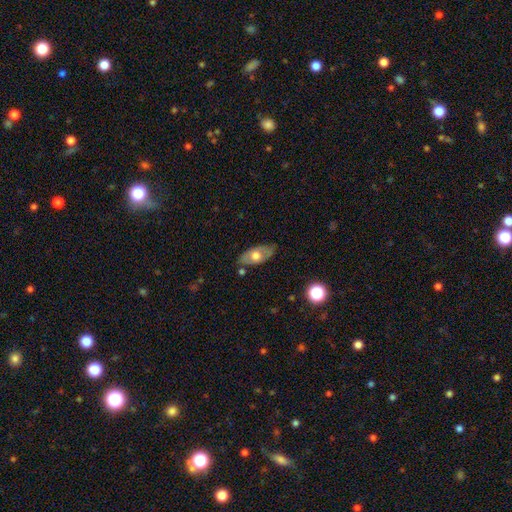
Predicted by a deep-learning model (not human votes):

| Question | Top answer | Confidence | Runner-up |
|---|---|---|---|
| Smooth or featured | smooth | 53% | featured or disk (40%) |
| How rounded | in between | 89% | round (6%) |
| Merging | none | 75% | minor disturbance (18%) |